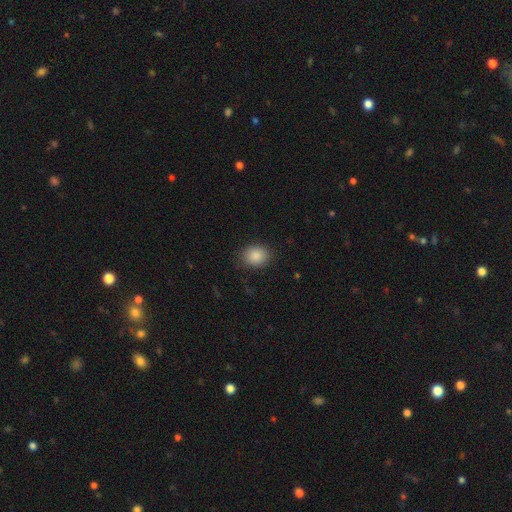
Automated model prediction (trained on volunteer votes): smooth_or_featured: smooth (p=0.87) [alt: star or artifact p=0.09]
how_rounded: round (p=0.54) [alt: in between p=0.45]
merging: none (p=0.84) [alt: minor disturbance p=0.12]